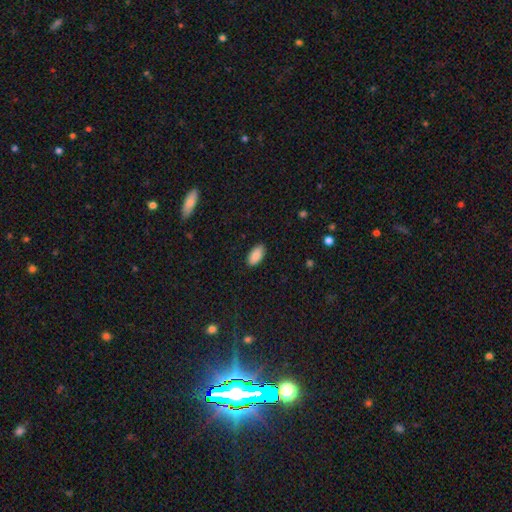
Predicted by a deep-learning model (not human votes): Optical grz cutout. It shows a smooth galaxy with no disk features (89%) that is in between round and cigar-shaped (94%). Merging: none (88%).